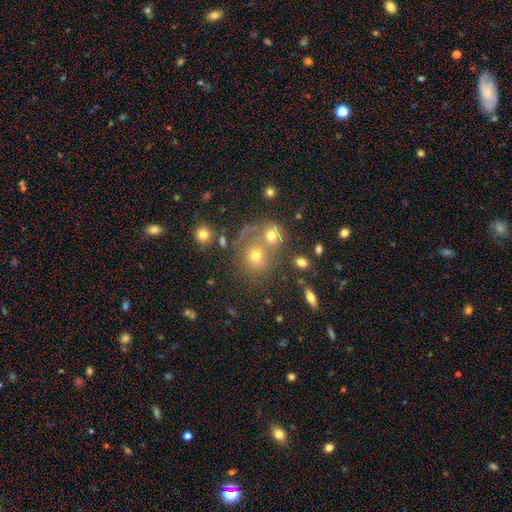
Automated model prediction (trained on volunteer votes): smooth 66%, featured or disk 18%, star or artifact 16%. Down the decision tree: how rounded — round (74%); merging — merger (45%).